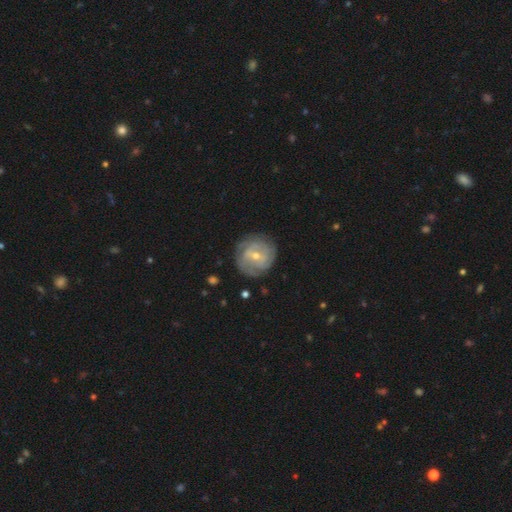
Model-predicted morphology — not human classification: Q: Smooth or featured?
A: featured or disk (76%); runner-up: smooth (19%)
Q: Edge-on disk?
A: no (97%); runner-up: yes (3%)
Q: Bar?
A: weak (50%); runner-up: no (35%)
Q: Spiral arms?
A: yes (86%); runner-up: no (14%)
Q: Spiral winding?
A: tight (65%); runner-up: medium (26%)
Q: Spiral arm count?
A: can't tell (42%); runner-up: 2 (24%)
Q: Bulge size?
A: small (51%); runner-up: moderate (46%)
Q: Merging?
A: none (76%); runner-up: minor disturbance (16%)